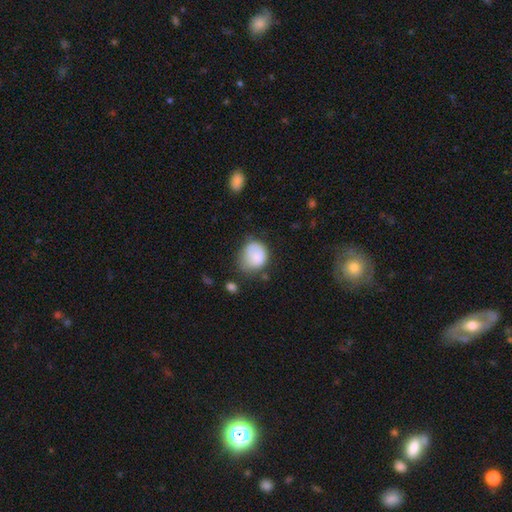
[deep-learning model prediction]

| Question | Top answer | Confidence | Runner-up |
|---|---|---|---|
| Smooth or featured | smooth | 78% | featured or disk (14%) |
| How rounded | round | 63% | in between (36%) |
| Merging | none | 47% | minor disturbance (34%) |